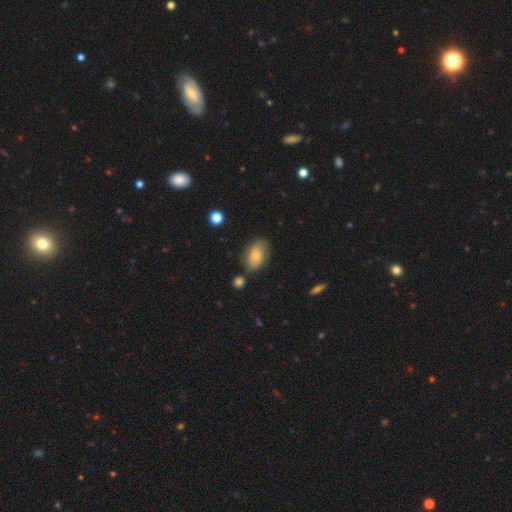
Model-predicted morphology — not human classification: The model was most divided on "merging": none: 59%, minor disturbance: 27%, major disturbance: 8%, merger: 6%. More confident: how rounded — in between (86%); smooth or featured — smooth (65%).